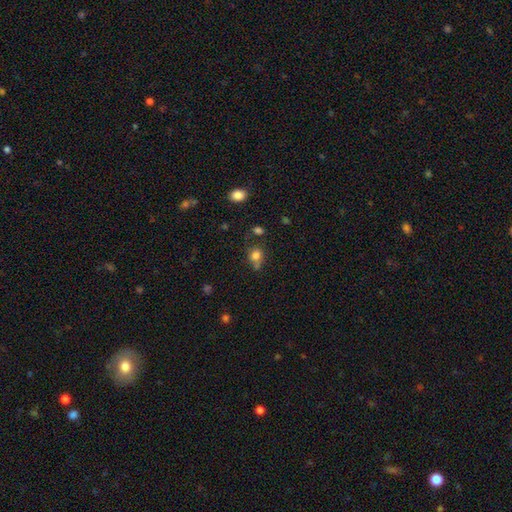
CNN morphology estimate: Smooth or featured? smooth (80%)
How rounded? round (67%)
Merging? none (54%)